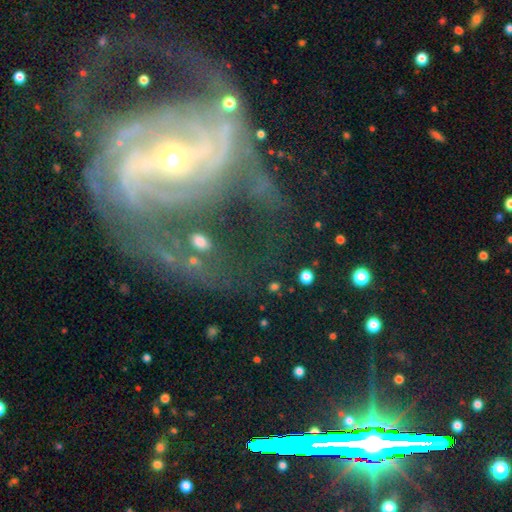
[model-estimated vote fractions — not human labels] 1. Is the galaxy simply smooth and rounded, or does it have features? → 88% featured or disk, 8% star or artifact, 4% smooth.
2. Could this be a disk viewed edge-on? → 97% no, 3% yes.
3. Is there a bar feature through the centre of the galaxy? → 48% strong, 29% weak, 23% no.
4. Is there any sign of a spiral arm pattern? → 97% yes, 3% no.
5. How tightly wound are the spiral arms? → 48% medium, 32% tight, 20% loose.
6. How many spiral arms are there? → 59% 2, 13% 3, 12% can't tell, 7% 4, 5% more than 4, 5% 1.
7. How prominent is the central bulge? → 74% small, 22% moderate, 2% large, 1% none, 1% dominant.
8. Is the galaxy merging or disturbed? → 51% none, 27% major disturbance, 18% minor disturbance, 5% merger.